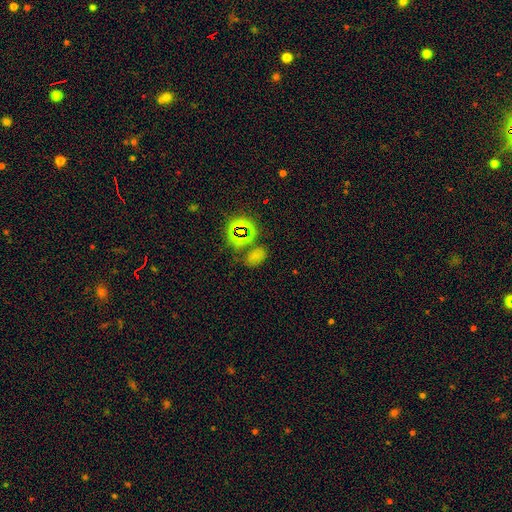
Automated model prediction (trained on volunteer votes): Smooth or featured: smooth — 55% (star or artifact — 37%)
How rounded: in between — 83% (round — 15%)
Merging: none — 67% (minor disturbance — 14%)